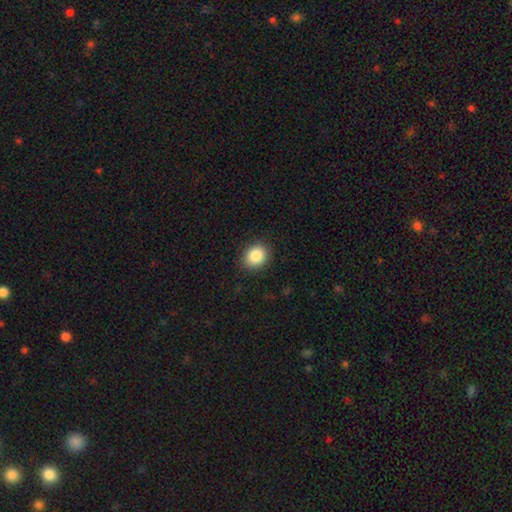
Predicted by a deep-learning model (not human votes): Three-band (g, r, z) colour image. It shows a smooth galaxy with no disk features (87%) that is round (65%). Merging: none (89%).